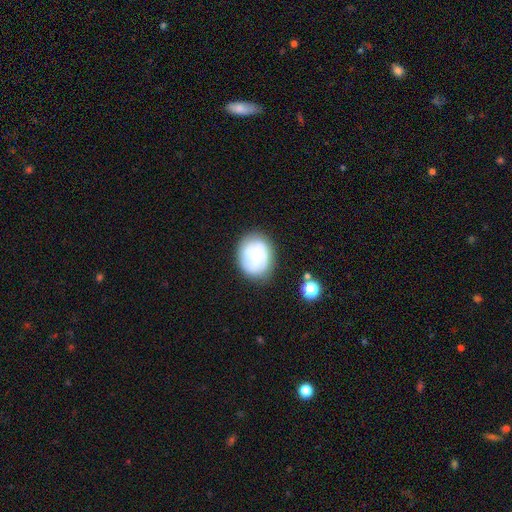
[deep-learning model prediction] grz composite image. It shows a featured or disk galaxy (56%) with no bar (74%), spiral arms (73%) and a small central bulge (60%). Merging: none (70%).